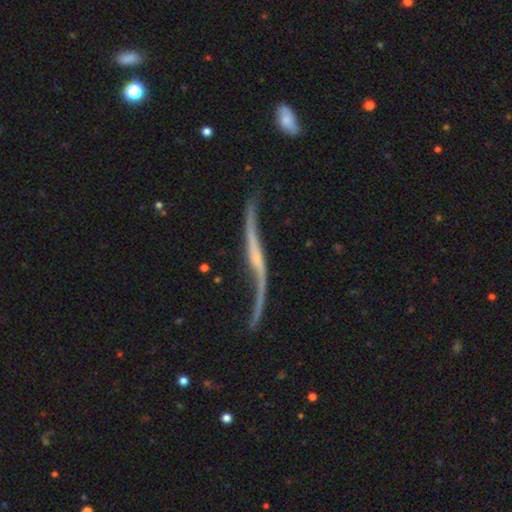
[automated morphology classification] Smooth or featured? featured or disk (86%)
Edge-on disk? no (57%)
Merging? none (55%)